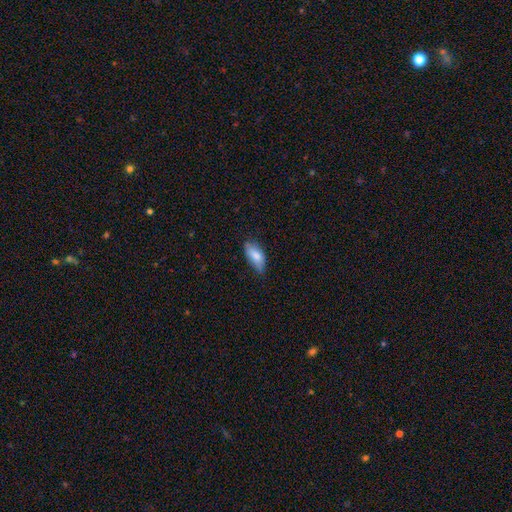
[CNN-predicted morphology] This is clearly a smooth galaxy (80%). How rounded: clearly in between (87%). Merging: possibly none (59%).